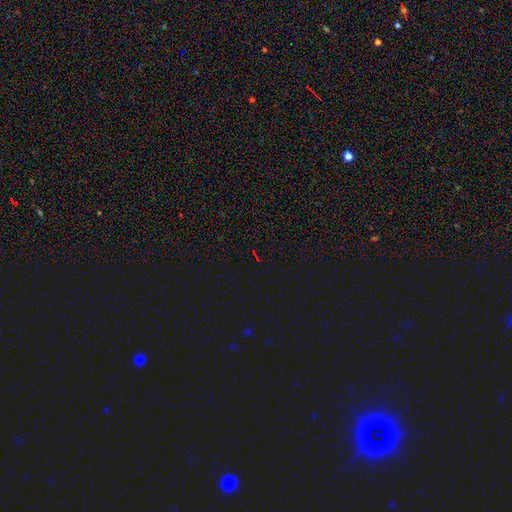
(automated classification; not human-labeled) Overall: star or artifact (75%).